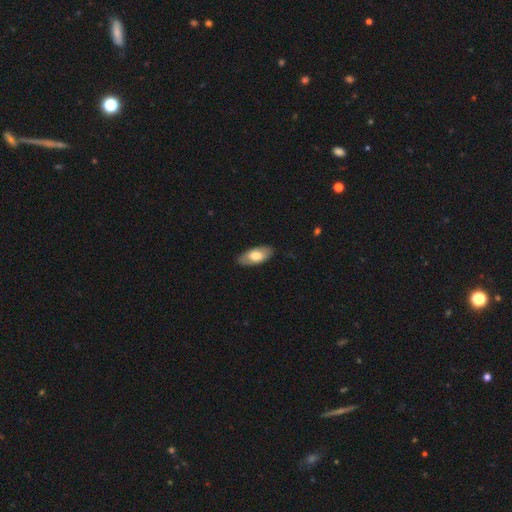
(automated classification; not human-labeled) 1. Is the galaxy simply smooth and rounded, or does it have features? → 68% smooth, 27% featured or disk, 5% star or artifact.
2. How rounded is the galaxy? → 90% in between, 7% cigar-shaped, 2% round.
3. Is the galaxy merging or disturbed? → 86% none, 11% minor disturbance, 2% major disturbance, 1% merger.